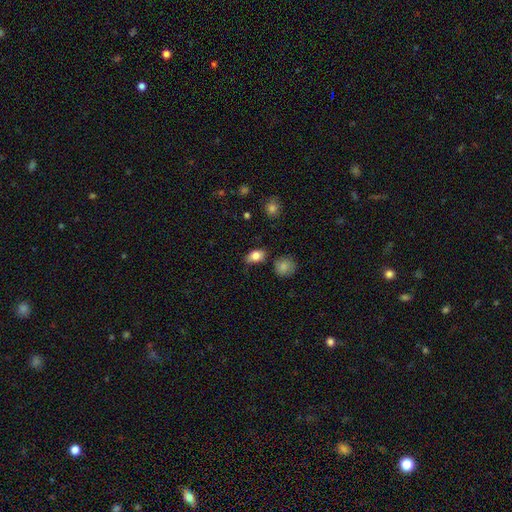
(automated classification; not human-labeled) Smooth or featured? smooth (82%)
How rounded? in between (80%)
Merging? none (68%)